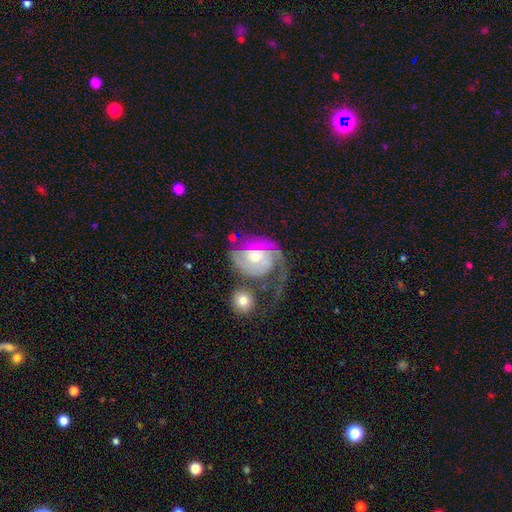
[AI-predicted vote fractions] Overall: featured or disk (75%). Edge-on disk: no (96%). Bar: no (68%). Spiral arms: yes (88%). Spiral arm count: 1 (48%; 2 27%). Spiral winding: tight (36%; medium 33%). Bulge size: moderate (60%; small 34%). Merging: major disturbance (43%; none 27%).